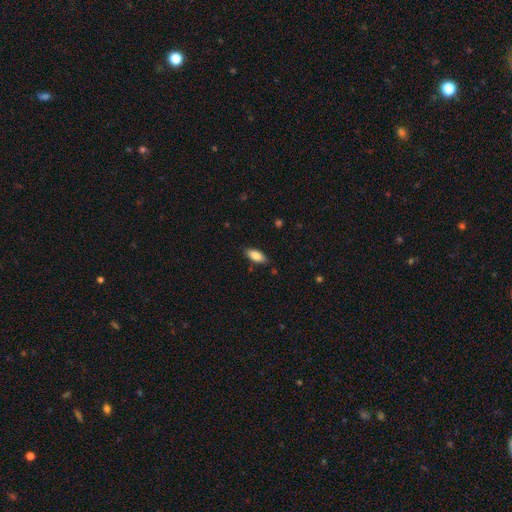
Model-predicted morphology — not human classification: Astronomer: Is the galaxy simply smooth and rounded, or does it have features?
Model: smooth — 83%.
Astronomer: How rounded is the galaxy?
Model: in between — 84%.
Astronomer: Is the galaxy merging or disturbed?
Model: none — 85%.